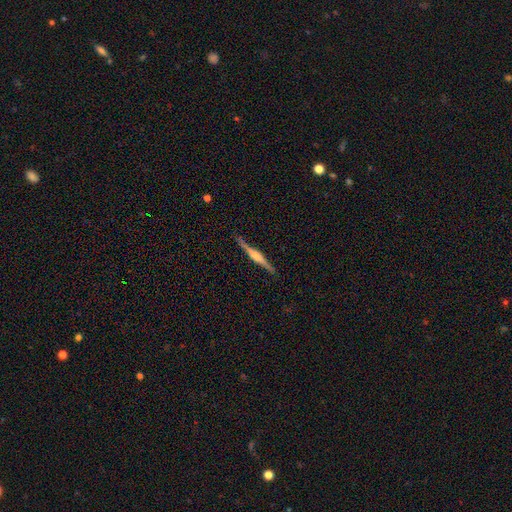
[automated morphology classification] smooth-or-featured: featured or disk: 75% | smooth: 19% | star or artifact: 6%
  disk-edge-on: yes: 98% | no: 2%
    edge-on-bulge: rounded: 56% | boxy: 34% | none: 10%
  merging: none: 88% | minor disturbance: 9% | major disturbance: 2% | merger: 1%